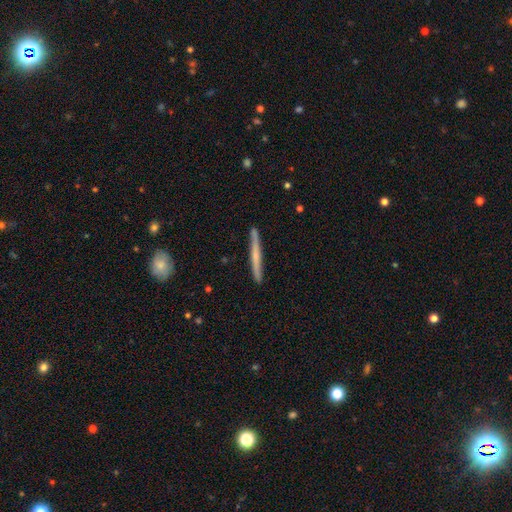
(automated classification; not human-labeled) The model was most divided on "smooth or featured": featured or disk: 50%, smooth: 45%, star or artifact: 6%. More confident: merging — none (90%).